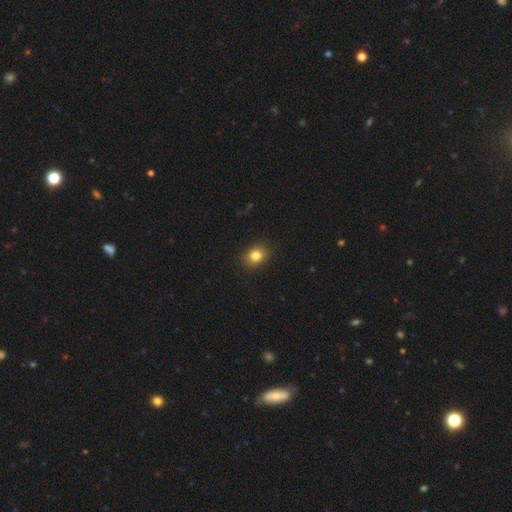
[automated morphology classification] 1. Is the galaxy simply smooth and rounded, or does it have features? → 83% smooth, 11% star or artifact, 6% featured or disk.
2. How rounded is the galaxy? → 53% in between, 46% round, 1% cigar-shaped.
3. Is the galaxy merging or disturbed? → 89% none, 8% minor disturbance, 2% major disturbance, 1% merger.